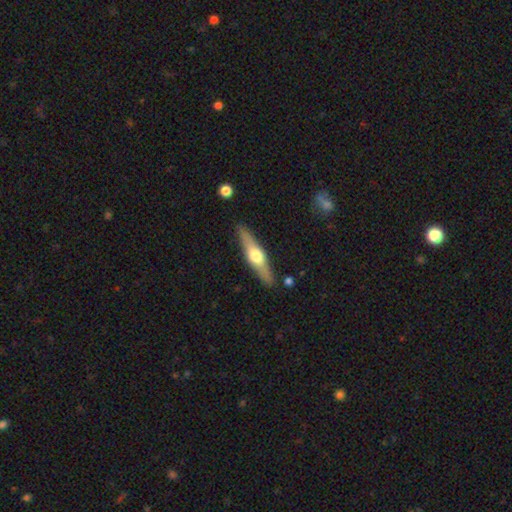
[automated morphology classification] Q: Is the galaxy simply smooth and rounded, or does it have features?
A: featured or disk — 63%.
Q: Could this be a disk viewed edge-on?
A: yes — 94%.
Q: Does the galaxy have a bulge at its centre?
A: rounded — 94%.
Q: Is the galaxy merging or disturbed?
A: none — 88%.